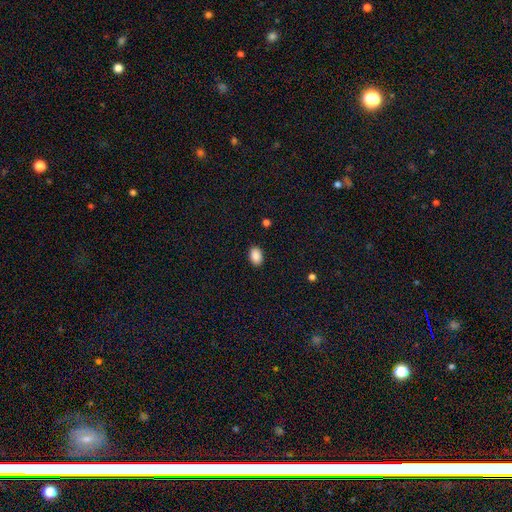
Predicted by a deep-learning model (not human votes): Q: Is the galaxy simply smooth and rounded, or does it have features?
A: smooth — 89%.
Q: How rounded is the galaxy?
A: in between — 85%.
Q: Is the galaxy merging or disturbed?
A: none — 89%.